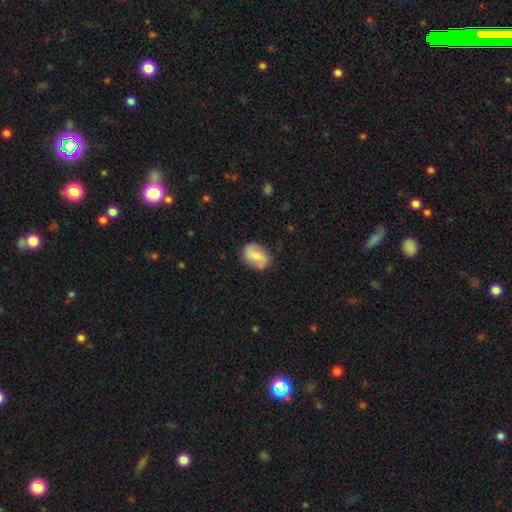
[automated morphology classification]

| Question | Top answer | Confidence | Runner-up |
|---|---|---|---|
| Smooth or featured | smooth | 61% | featured or disk (33%) |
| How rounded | in between | 75% | round (23%) |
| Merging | none | 77% | minor disturbance (17%) |